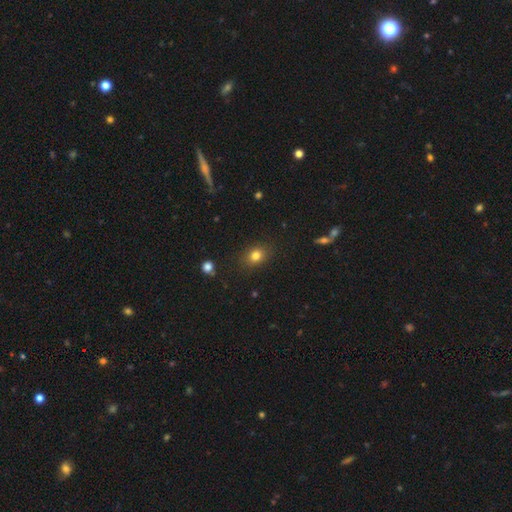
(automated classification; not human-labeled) Q: Smooth or featured?
A: smooth (81%); runner-up: star or artifact (12%)
Q: How rounded?
A: in between (50%); runner-up: round (49%)
Q: Merging?
A: none (84%); runner-up: minor disturbance (11%)